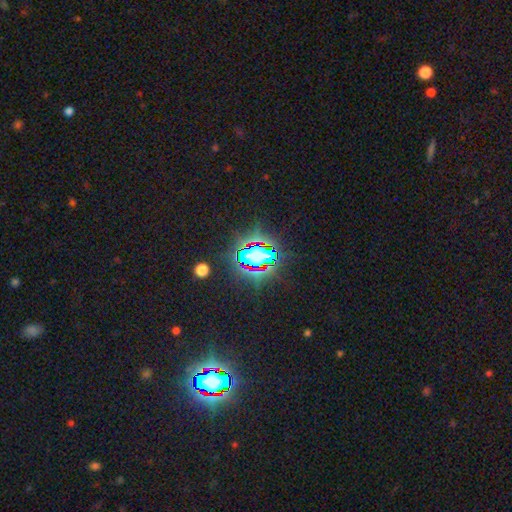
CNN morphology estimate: The model was most divided on "smooth or featured": star or artifact: 70%, smooth: 18%, featured or disk: 12%.